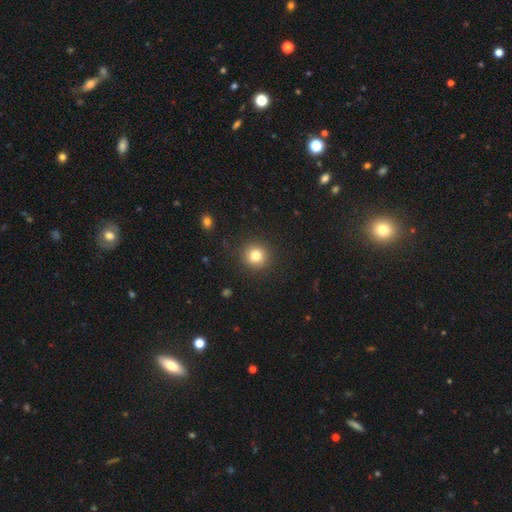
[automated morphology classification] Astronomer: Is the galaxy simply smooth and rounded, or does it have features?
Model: smooth — 80%.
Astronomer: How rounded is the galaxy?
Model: round — 94%.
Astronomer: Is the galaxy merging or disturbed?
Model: none — 91%.